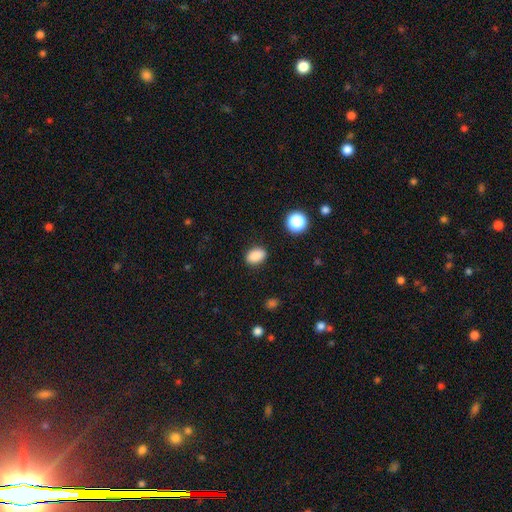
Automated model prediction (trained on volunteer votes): Morphology: type=smooth (87%); roundness=in between (79%); merging=none (87%).